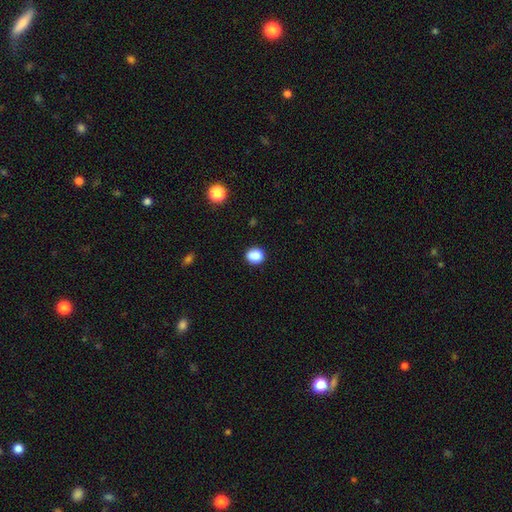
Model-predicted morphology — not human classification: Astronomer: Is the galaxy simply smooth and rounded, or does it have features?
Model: smooth — 86%.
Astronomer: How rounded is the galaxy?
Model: round — 63%.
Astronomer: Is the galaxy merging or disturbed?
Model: none — 86%.